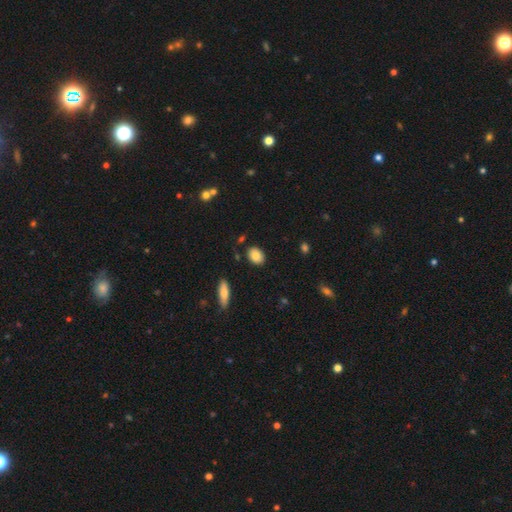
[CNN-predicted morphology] Smooth or featured: smooth — 85% (star or artifact — 8%)
How rounded: in between — 72% (round — 26%)
Merging: none — 86% (minor disturbance — 10%)